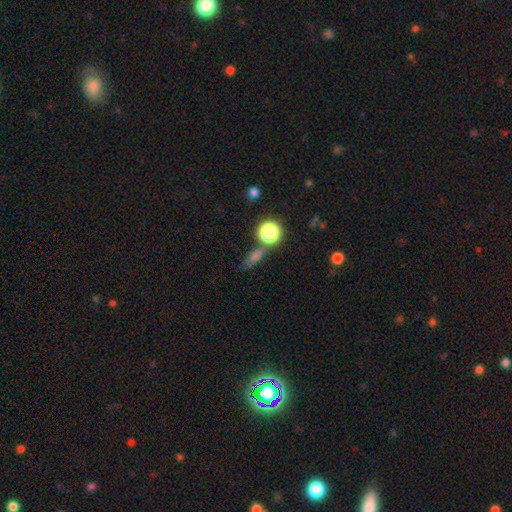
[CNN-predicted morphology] type=smooth (56%); roundness=in between (41%); merging=none (63%).